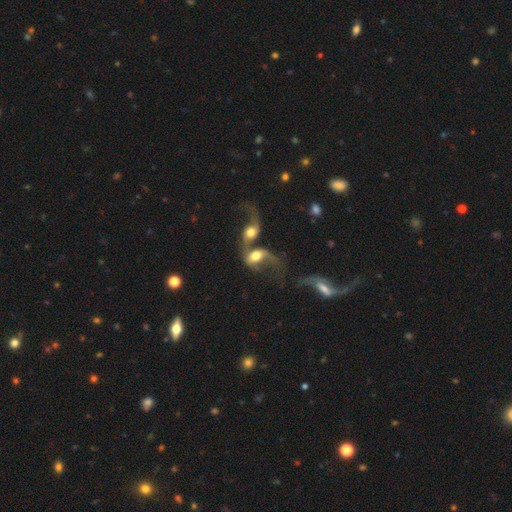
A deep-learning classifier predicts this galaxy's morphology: Smooth or featured?
  - featured or disk: 61% *
  - smooth: 30%
  - star or artifact: 9%
Edge-on disk?
  - no: 94% *
  - yes: 6%
Bar?
  - no: 56% *
  - weak: 32%
  - strong: 12%
Spiral arms?
  - yes: 79% *
  - no: 21%
Bulge size?
  - moderate: 48% *
  - large: 31%
  - small: 11%
  - dominant: 5%
  - none: 5%
Merging?
  - merger: 83% *
  - major disturbance: 8%
  - none: 6%
  - minor disturbance: 3%